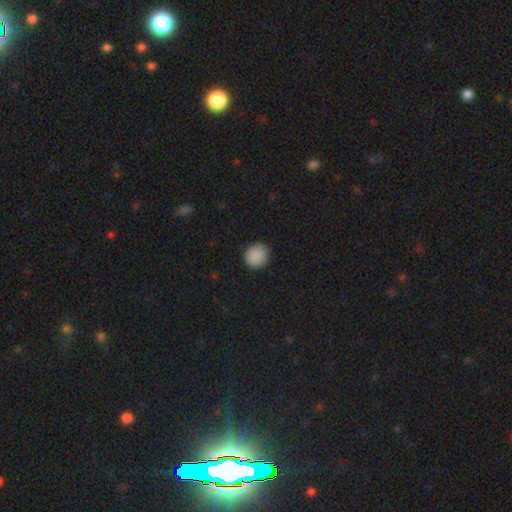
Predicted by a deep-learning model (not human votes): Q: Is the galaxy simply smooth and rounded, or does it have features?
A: smooth — 89%.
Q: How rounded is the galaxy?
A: round — 89%.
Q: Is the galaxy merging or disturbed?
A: none — 89%.